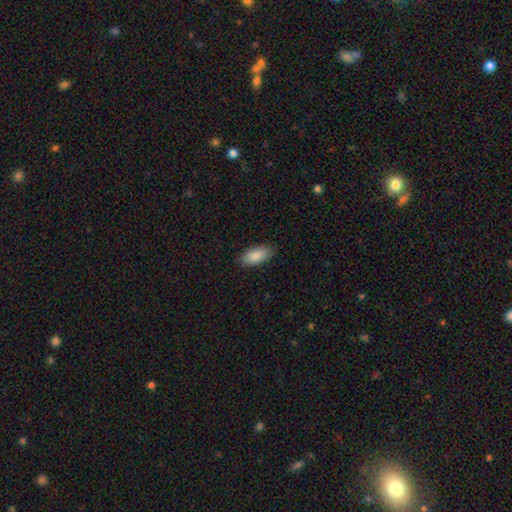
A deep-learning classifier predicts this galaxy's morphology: This appears to be a smooth galaxy with no disk features (87%) that is in between round and cigar-shaped (89%). Merging: none (87%).